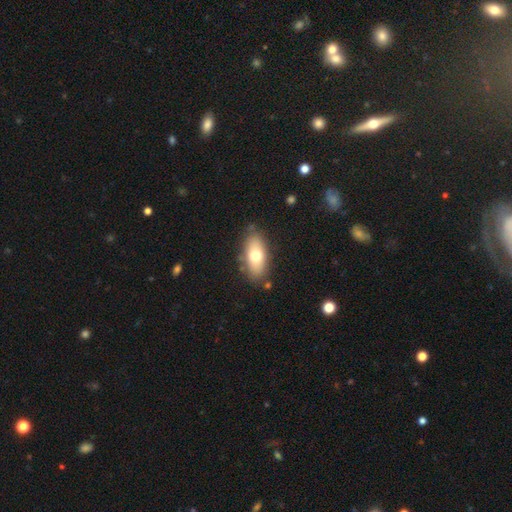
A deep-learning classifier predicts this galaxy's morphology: A smooth galaxy with no disk features (70%) that is in between round and cigar-shaped (85%). Merging: none (81%).